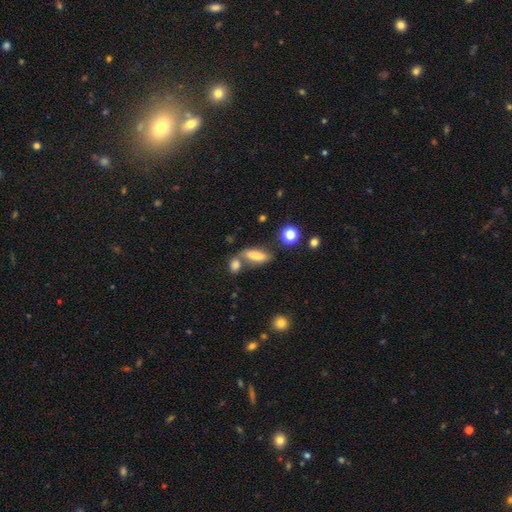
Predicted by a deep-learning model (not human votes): This appears to be a smooth galaxy with no disk features (68%) that is in between round and cigar-shaped (66%). Merging: none (56%).